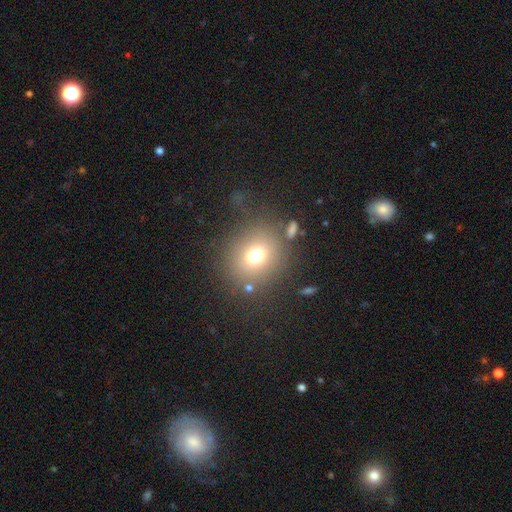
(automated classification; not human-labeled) A smooth galaxy with no disk features (71%) that is round (82%).

Vote fractions:
- Smooth or featured? smooth: 71% / star or artifact: 17% / featured or disk: 12%
- How rounded? round: 82% / in between: 17% / cigar-shaped: 1%
- Merging? none: 74% / minor disturbance: 11% / major disturbance: 8% / merger: 6%